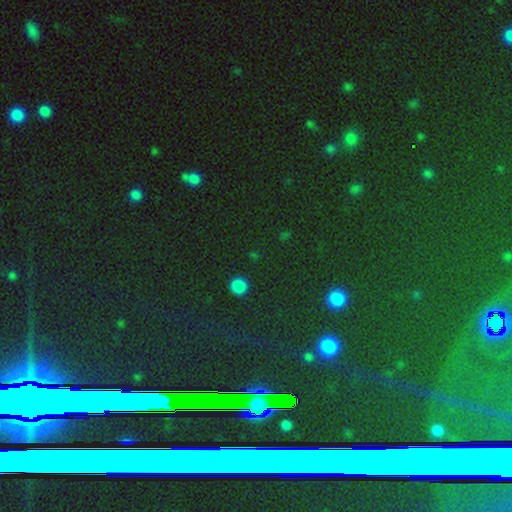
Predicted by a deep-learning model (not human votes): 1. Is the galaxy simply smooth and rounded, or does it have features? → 52% star or artifact, 41% smooth, 7% featured or disk.